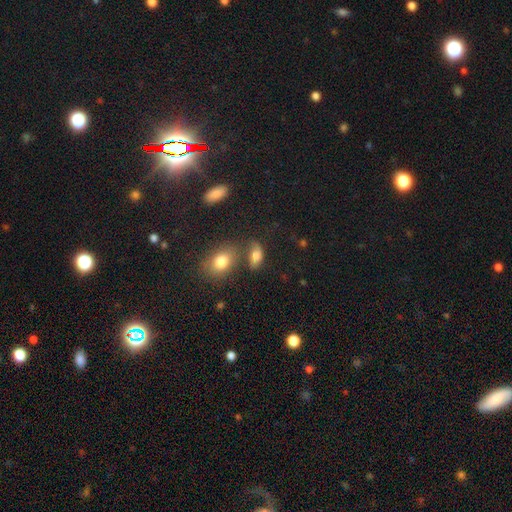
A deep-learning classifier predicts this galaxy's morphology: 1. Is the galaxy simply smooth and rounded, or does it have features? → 75% smooth, 13% featured or disk, 11% star or artifact.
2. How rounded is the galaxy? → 87% in between, 9% round, 4% cigar-shaped.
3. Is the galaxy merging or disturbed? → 52% none, 20% minor disturbance, 18% merger, 10% major disturbance.